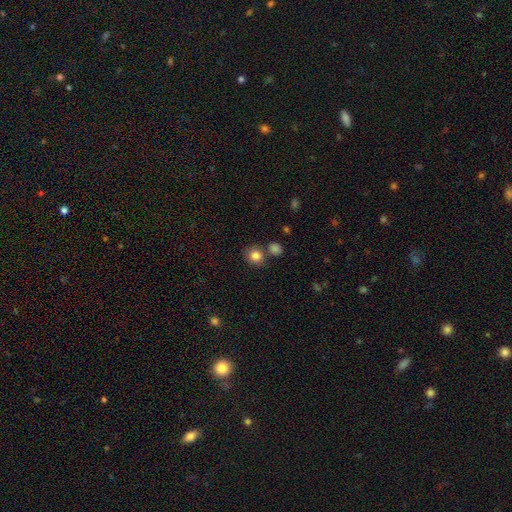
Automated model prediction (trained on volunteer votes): A smooth galaxy with no disk features (84%) that is round (82%). Merging: none (70%).